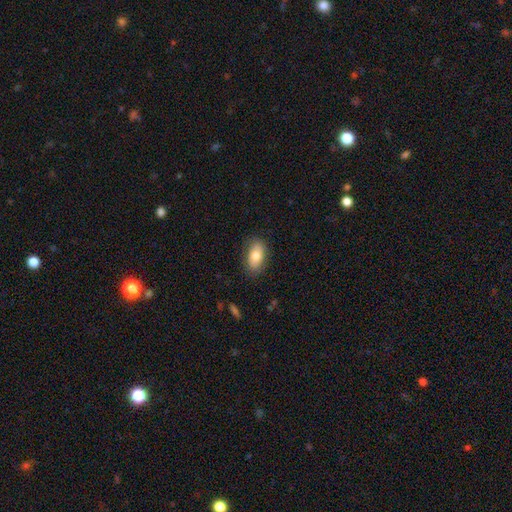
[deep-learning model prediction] A smooth galaxy with no disk features (76%) that is in between round and cigar-shaped (92%). Merging: none (84%).